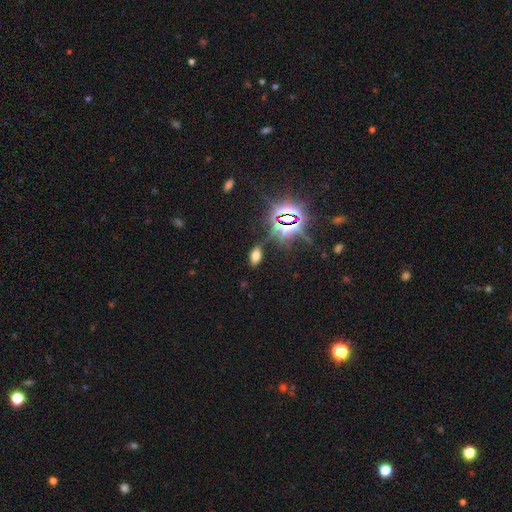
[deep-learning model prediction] Q: Smooth or featured?
A: smooth (53%); runner-up: star or artifact (36%)
Q: How rounded?
A: in between (89%); runner-up: round (6%)
Q: Merging?
A: none (79%); runner-up: minor disturbance (13%)